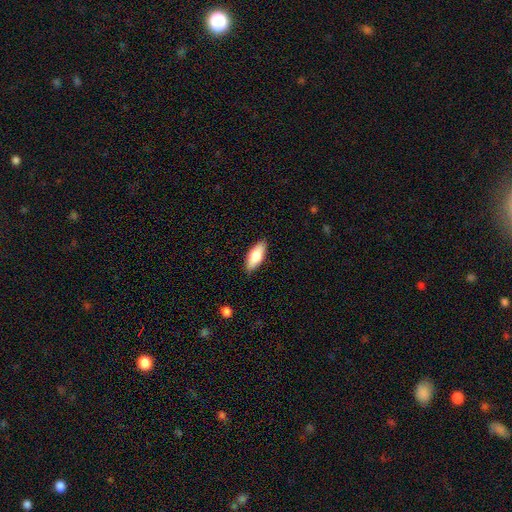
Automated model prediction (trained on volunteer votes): Smooth or featured? Predicted: smooth (p=0.76). How rounded? Predicted: in between (p=0.78). Merging? Predicted: none (p=0.87).